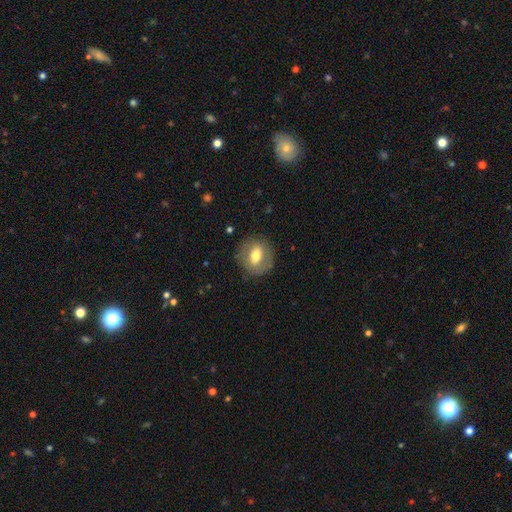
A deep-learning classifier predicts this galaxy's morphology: type=smooth (55%); roundness=round (61%); merging=none (82%).